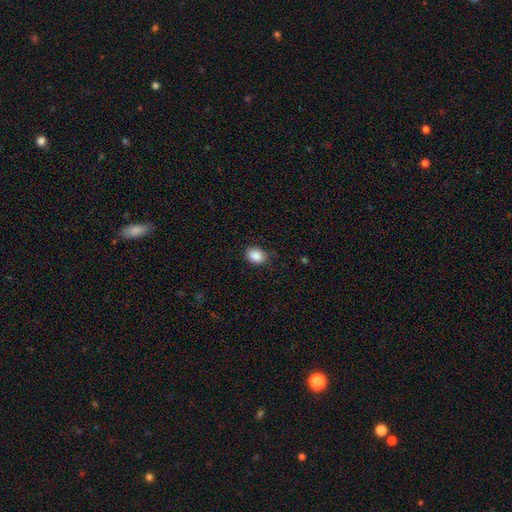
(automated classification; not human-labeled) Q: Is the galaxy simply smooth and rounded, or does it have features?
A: smooth — 88%.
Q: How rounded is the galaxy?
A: in between — 59%.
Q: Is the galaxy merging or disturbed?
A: none — 82%.